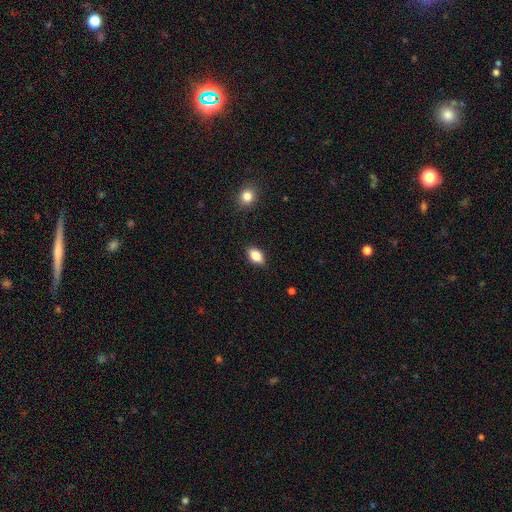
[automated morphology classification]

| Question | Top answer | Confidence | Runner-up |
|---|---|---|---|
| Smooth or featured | smooth | 83% | star or artifact (8%) |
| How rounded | in between | 88% | round (8%) |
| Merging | none | 87% | minor disturbance (10%) |